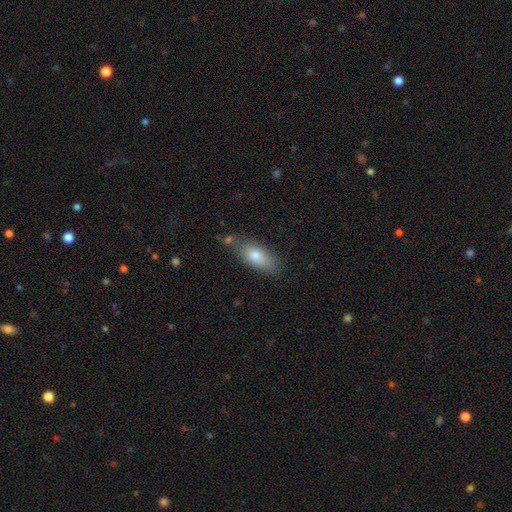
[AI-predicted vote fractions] Smooth or featured?
  - smooth: 78% *
  - featured or disk: 15%
  - star or artifact: 7%
How rounded?
  - in between: 85% *
  - cigar-shaped: 12%
  - round: 4%
Merging?
  - none: 72% *
  - minor disturbance: 17%
  - merger: 7%
  - major disturbance: 4%